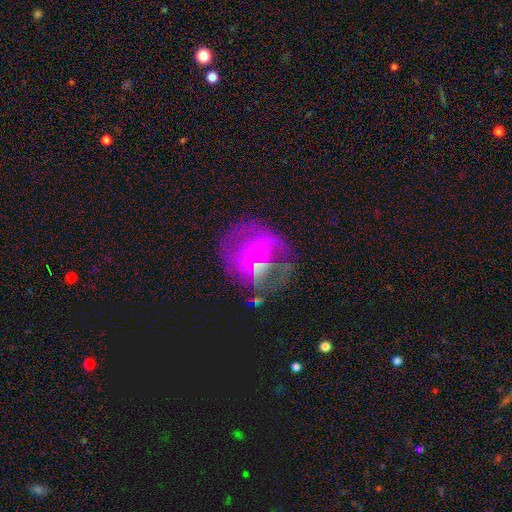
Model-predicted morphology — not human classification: Overall: featured or disk (57%; smooth 28%). Edge-on disk: no (94%). Bar: no (53%; weak 30%). Spiral arms: no (59%; yes 41%). Bulge size: small (48%; moderate 44%). Merging: none (61%).